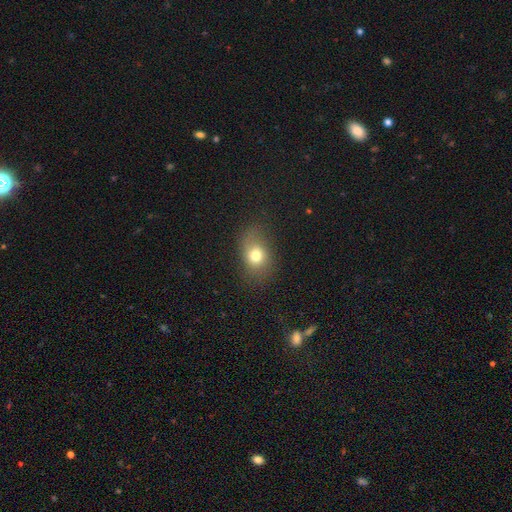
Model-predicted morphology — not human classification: Smooth or featured?
  - smooth: 72% *
  - featured or disk: 15%
  - star or artifact: 14%
How rounded?
  - in between: 62% *
  - round: 36%
  - cigar-shaped: 2%
Merging?
  - none: 68% *
  - minor disturbance: 20%
  - major disturbance: 10%
  - merger: 2%